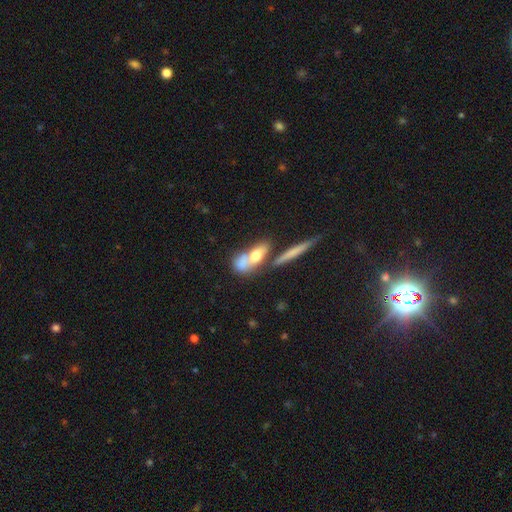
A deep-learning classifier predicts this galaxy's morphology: smooth 62%, featured or disk 29%, star or artifact 9%. Down the decision tree: how rounded — in between (56%); merging — merger (45%).